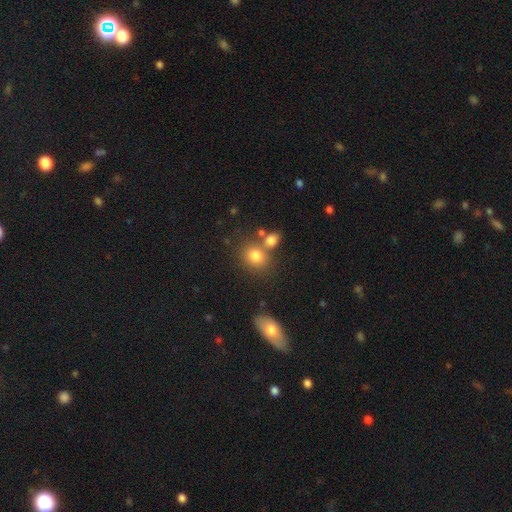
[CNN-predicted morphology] smooth 79%, star or artifact 12%, featured or disk 9%. Down the decision tree: how rounded — round (61%); merging — none (59%).